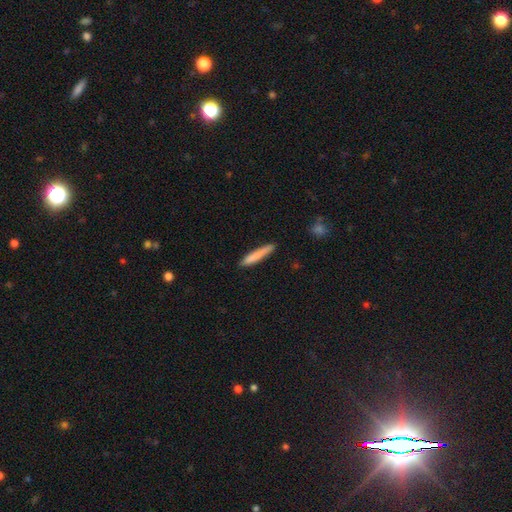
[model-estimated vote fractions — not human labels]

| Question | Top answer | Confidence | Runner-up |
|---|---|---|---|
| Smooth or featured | smooth | 81% | featured or disk (13%) |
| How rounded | cigar-shaped | 94% | in between (5%) |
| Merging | none | 86% | minor disturbance (11%) |